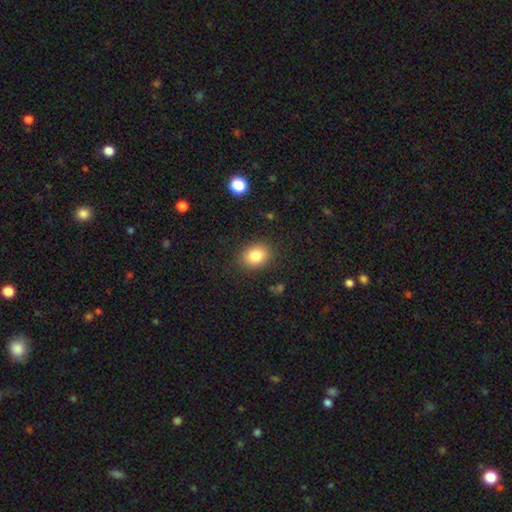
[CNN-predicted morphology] Smooth or featured? Predicted: smooth (p=0.83). How rounded? Predicted: in between (p=0.50, tied with round). Merging? Predicted: none (p=0.86).